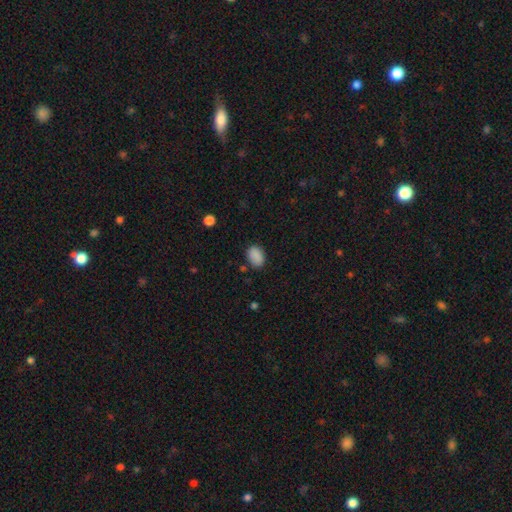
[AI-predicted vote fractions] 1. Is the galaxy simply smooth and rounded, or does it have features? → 88% smooth, 8% star or artifact, 3% featured or disk.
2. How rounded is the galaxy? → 80% in between, 18% round, 1% cigar-shaped.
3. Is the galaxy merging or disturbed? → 81% none, 13% minor disturbance, 3% major disturbance, 2% merger.